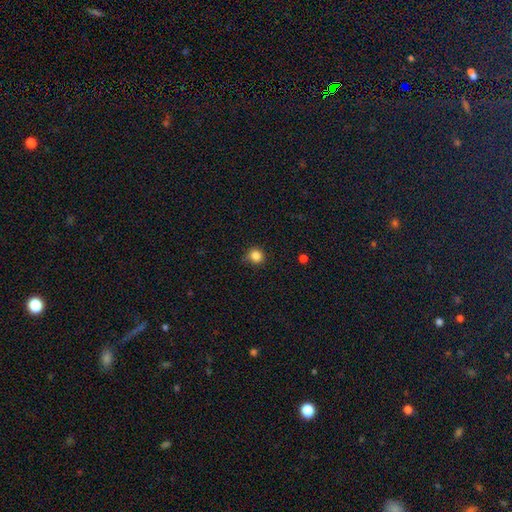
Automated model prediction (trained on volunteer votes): Smooth or featured? smooth (84%)
How rounded? round (91%)
Merging? none (78%)